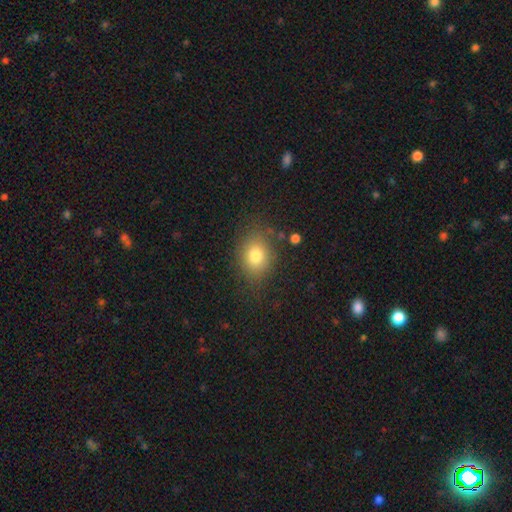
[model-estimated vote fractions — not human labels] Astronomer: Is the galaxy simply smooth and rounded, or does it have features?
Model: smooth — 77%.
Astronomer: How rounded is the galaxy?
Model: in between — 59% (runner-up: round, 40%).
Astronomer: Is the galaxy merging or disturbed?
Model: none — 79%.